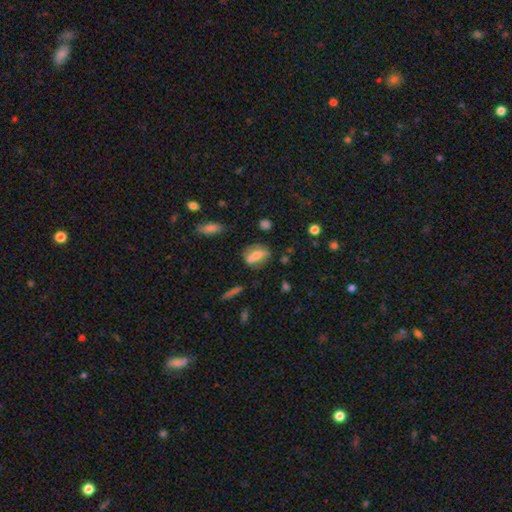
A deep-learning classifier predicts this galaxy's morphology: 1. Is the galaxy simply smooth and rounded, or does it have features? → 56% smooth, 34% featured or disk, 10% star or artifact.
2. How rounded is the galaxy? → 71% in between, 17% round, 12% cigar-shaped.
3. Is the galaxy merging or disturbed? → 55% none, 20% minor disturbance, 16% merger, 9% major disturbance.